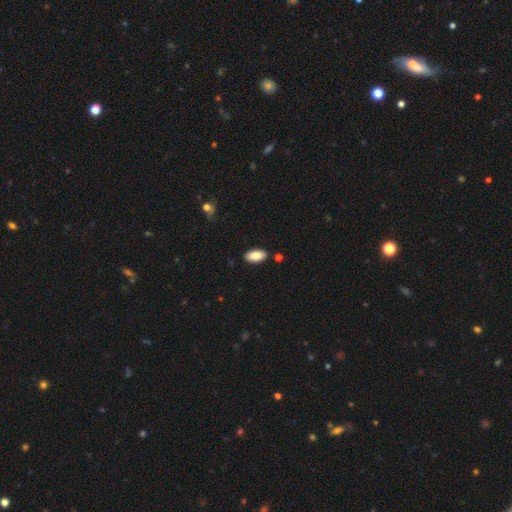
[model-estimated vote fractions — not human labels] Smooth or featured?
  - smooth: 86% *
  - featured or disk: 7%
  - star or artifact: 7%
How rounded?
  - in between: 93% *
  - cigar-shaped: 5%
  - round: 2%
Merging?
  - none: 88% *
  - minor disturbance: 8%
  - merger: 2%
  - major disturbance: 2%